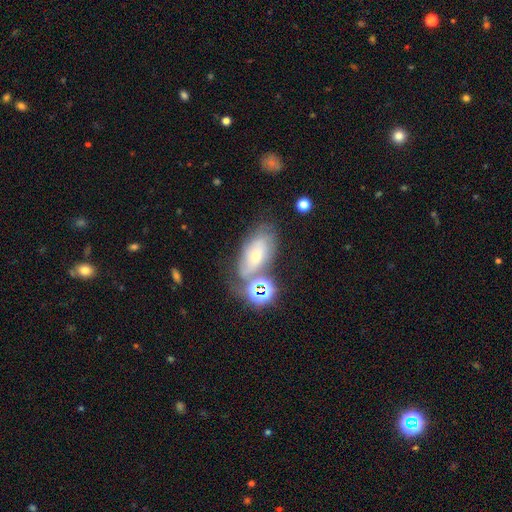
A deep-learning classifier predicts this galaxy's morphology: smooth-or-featured: featured or disk: 42% | smooth: 41% | star or artifact: 17%
  merging: none: 49% | minor disturbance: 22% | merger: 15% | major disturbance: 14%